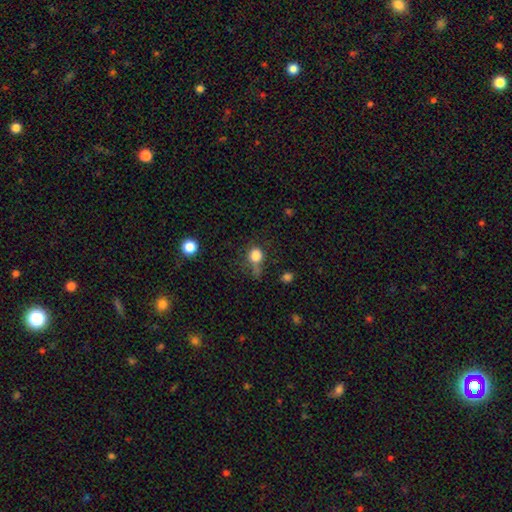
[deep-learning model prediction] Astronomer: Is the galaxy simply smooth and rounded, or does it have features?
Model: smooth — 80%.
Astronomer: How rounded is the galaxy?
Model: round — 69%.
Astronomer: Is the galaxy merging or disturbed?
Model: none — 39% (runner-up: minor disturbance, 27%).